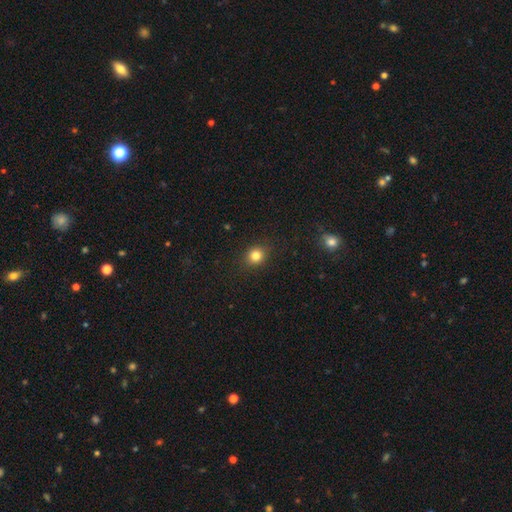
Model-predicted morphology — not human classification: Smooth or featured? Predicted: smooth (p=0.82). How rounded? Predicted: round (p=0.82). Merging? Predicted: none (p=0.89).